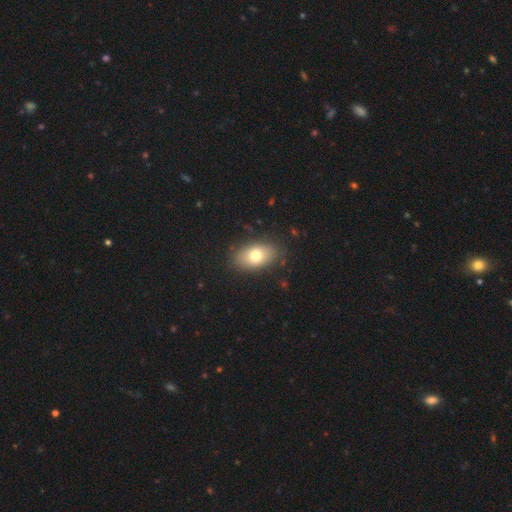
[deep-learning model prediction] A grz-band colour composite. It shows a smooth galaxy with no disk features (74%) that is in between round and cigar-shaped (88%). Merging: none (84%).